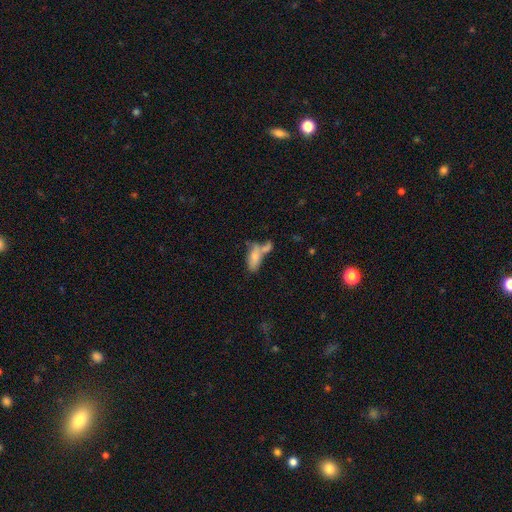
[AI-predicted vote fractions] Smooth or featured? Predicted: smooth (p=0.67). How rounded? Predicted: in between (p=0.81). Merging? Predicted: merger (p=0.47).